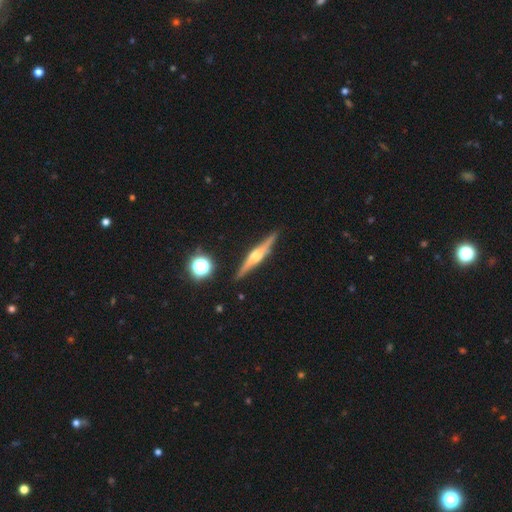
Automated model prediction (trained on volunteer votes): The model was most divided on "smooth or featured": featured or disk: 81%, smooth: 13%, star or artifact: 6%. More confident: edge-on disk — yes (98%); merging — none (90%); edge-on bulge — rounded (88%).